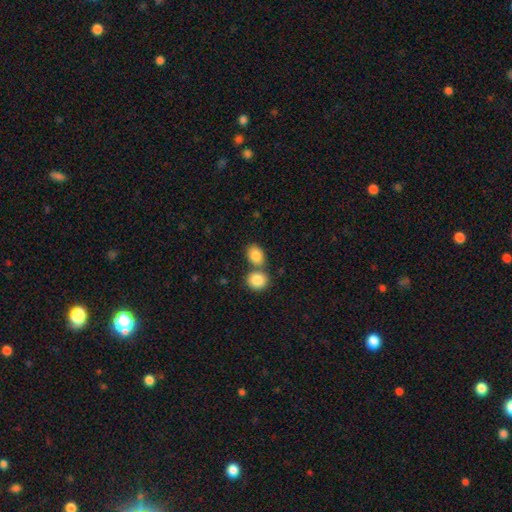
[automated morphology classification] smooth_or_featured: smooth (p=0.86) [alt: star or artifact p=0.08]
how_rounded: in between (p=0.66) [alt: round p=0.32]
merging: none (p=0.50) [alt: merger p=0.38]